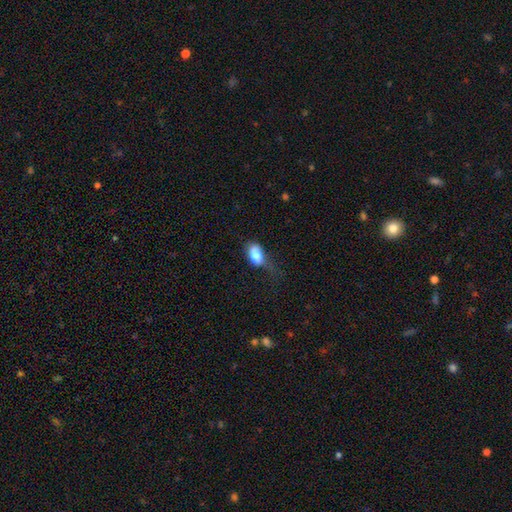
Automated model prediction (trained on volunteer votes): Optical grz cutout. It shows a smooth galaxy with no disk features (79%) that is in between round and cigar-shaped (88%). Merging: none (37%).